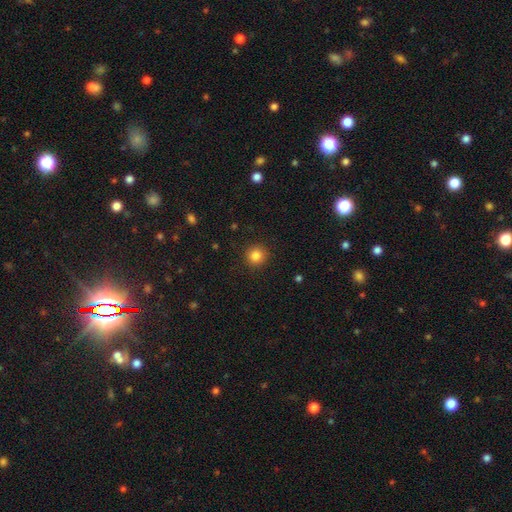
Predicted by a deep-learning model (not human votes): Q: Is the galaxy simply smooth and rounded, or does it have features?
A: smooth — 84%.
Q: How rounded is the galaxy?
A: round — 92%.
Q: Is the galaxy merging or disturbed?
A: none — 91%.